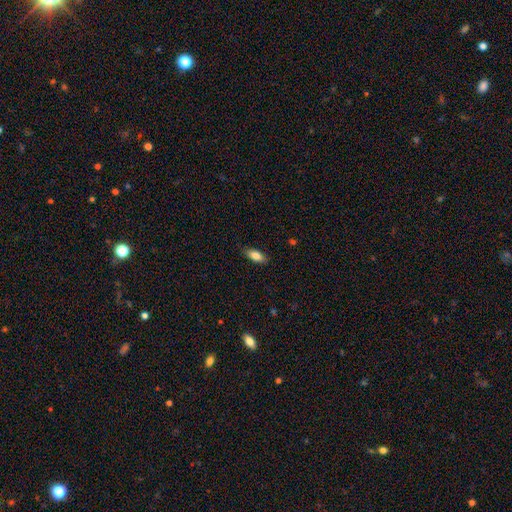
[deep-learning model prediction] smooth-or-featured: smooth: 82% | featured or disk: 11% | star or artifact: 7%
  how-rounded: in between: 81% | cigar-shaped: 17% | round: 2%
  merging: none: 87% | minor disturbance: 10% | major disturbance: 2% | merger: 1%